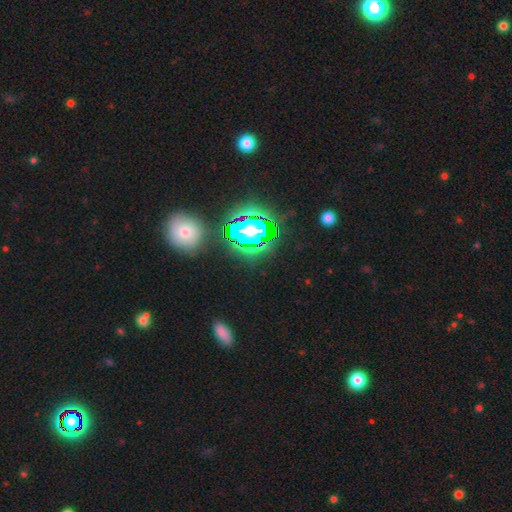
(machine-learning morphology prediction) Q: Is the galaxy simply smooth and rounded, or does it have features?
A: star or artifact — 76%.